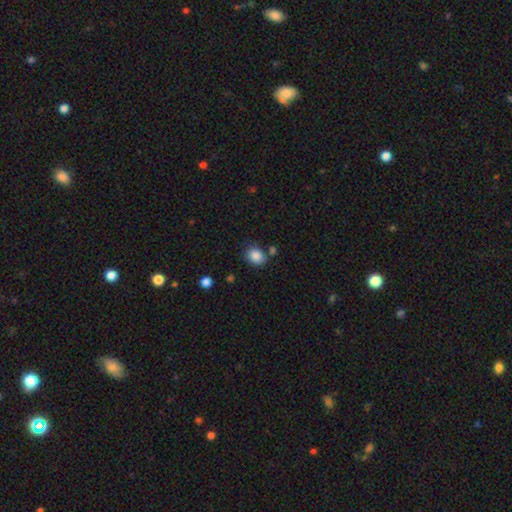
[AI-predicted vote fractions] Smooth or featured? Predicted: smooth (p=0.86). How rounded? Predicted: in between (p=0.50, tied with round). Merging? Predicted: none (p=0.72).